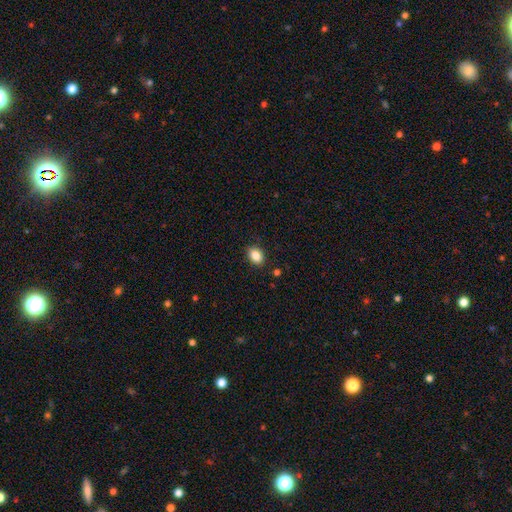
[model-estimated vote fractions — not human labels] Overall: smooth (87%). How rounded: in between (77%). Merging: none (88%).